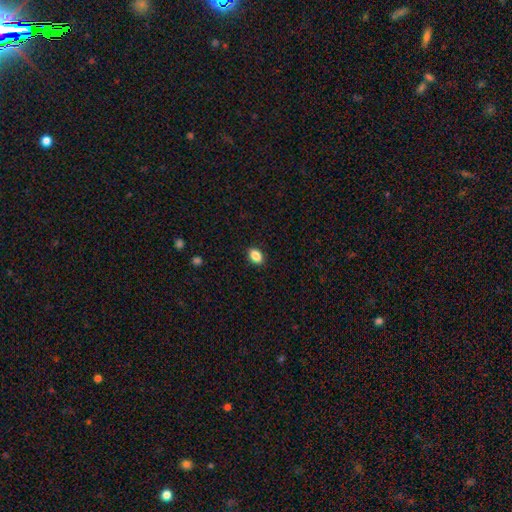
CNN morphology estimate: A smooth galaxy with no disk features (88%) that is in between round and cigar-shaped (81%). Merging: none (89%).